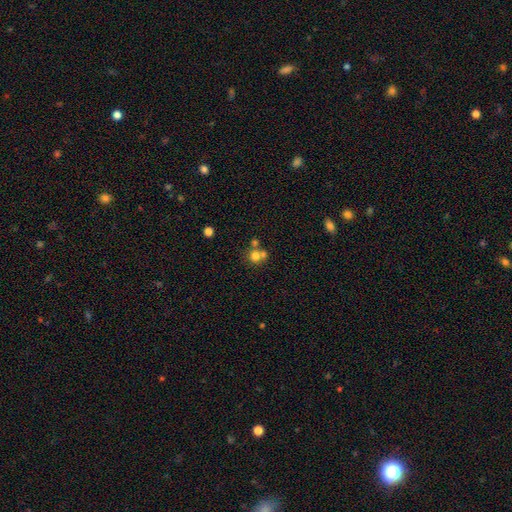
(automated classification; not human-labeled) Overall: smooth (73%). How rounded: round (85%). Merging: merger (46%; none 43%).